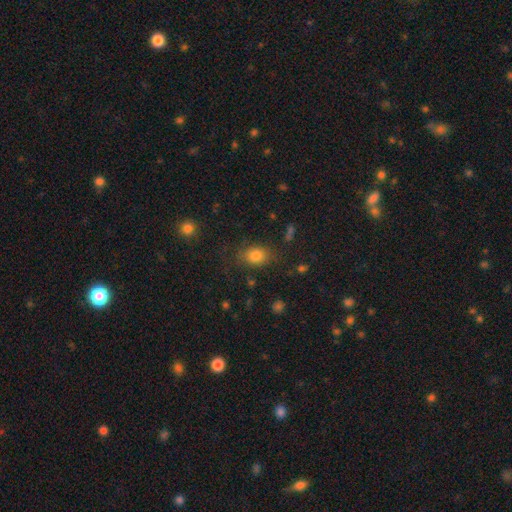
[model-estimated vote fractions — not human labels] smooth-or-featured: smooth: 81% | star or artifact: 11% | featured or disk: 8%
  how-rounded: in between: 64% | round: 35% | cigar-shaped: 1%
  merging: none: 77% | minor disturbance: 15% | major disturbance: 6% | merger: 2%